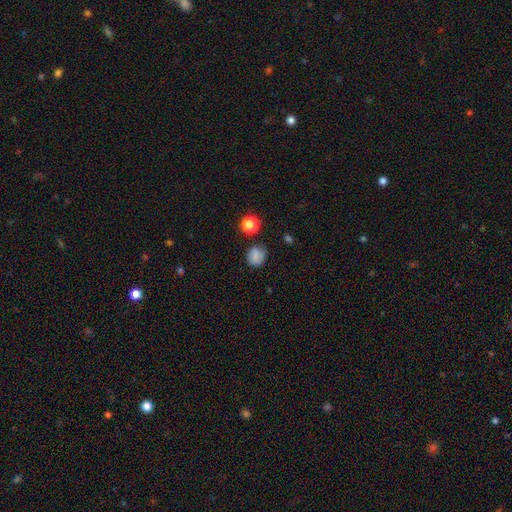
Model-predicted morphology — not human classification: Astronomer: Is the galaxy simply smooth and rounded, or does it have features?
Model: smooth — 75%.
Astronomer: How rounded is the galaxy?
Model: round — 79%.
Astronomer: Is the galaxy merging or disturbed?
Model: none — 76%.